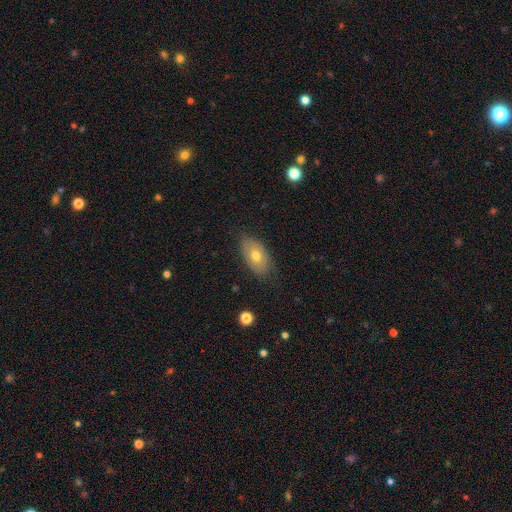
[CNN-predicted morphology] Smooth or featured? smooth (59%)
How rounded? in between (92%)
Merging? none (78%)